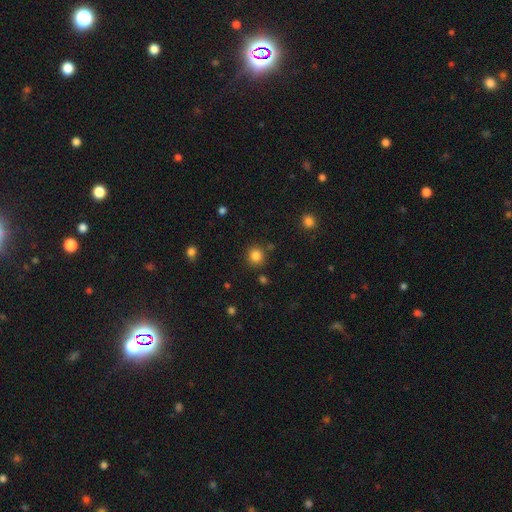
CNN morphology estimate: smooth 84%, star or artifact 12%, featured or disk 4%. Down the decision tree: how rounded — round (91%); merging — none (86%).